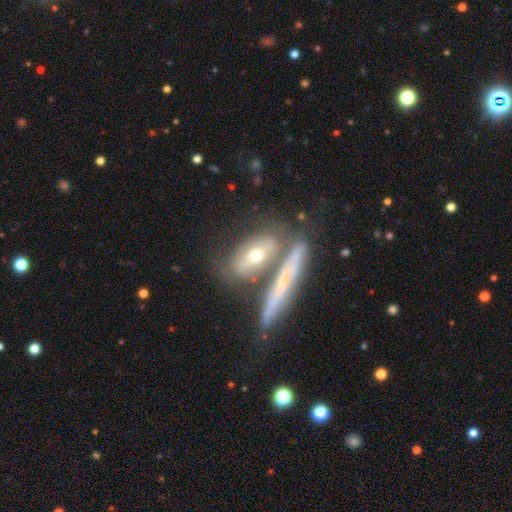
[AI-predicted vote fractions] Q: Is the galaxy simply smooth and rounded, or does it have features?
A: featured or disk — 47%.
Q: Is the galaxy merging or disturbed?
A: none — 53%.